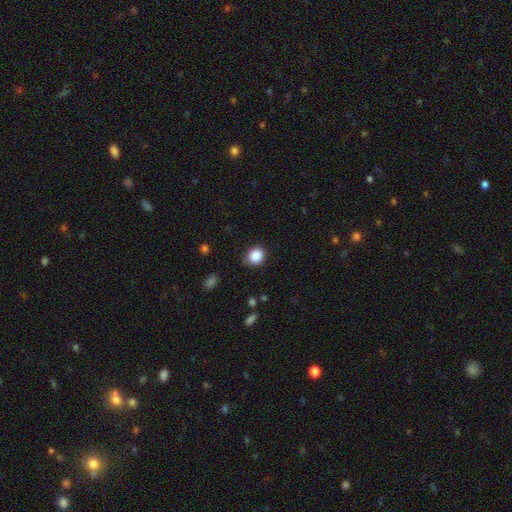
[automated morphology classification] type=smooth (87%); roundness=round (74%); merging=none (78%).